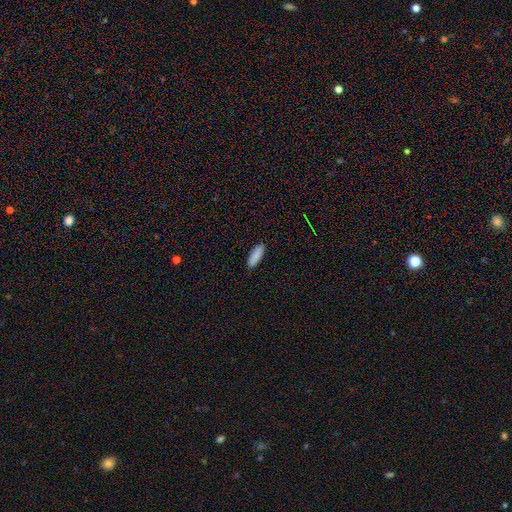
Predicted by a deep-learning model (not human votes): Smooth or featured? smooth (89%)
How rounded? in between (57%)
Merging? none (89%)